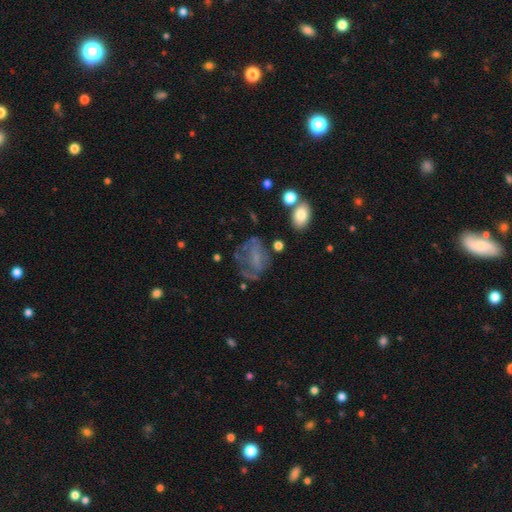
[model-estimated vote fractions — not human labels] This is possibly a featured or disk galaxy (52%). It is clearly not viewed edge-on (96%). Bar: possibly no (58%). Spiral arm pattern: possibly no (56%). Central bulge: possibly none (55%). Merging: marginally none (43%).